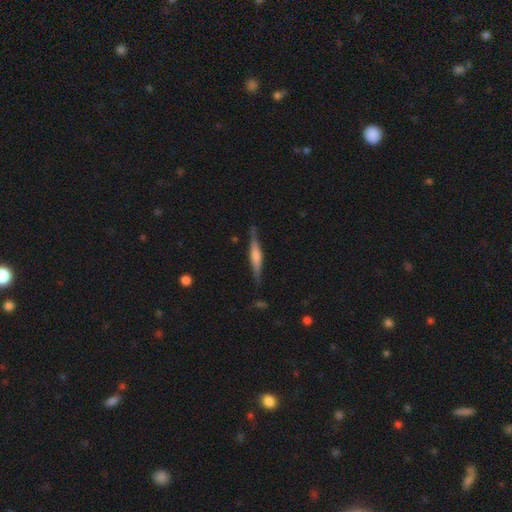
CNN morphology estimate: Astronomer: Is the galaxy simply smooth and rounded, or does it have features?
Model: featured or disk — 62%.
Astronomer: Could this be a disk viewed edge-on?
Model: yes — 97%.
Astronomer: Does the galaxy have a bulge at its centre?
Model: rounded — 54% (runner-up: boxy, 30%).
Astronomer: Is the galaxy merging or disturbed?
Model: none — 84%.